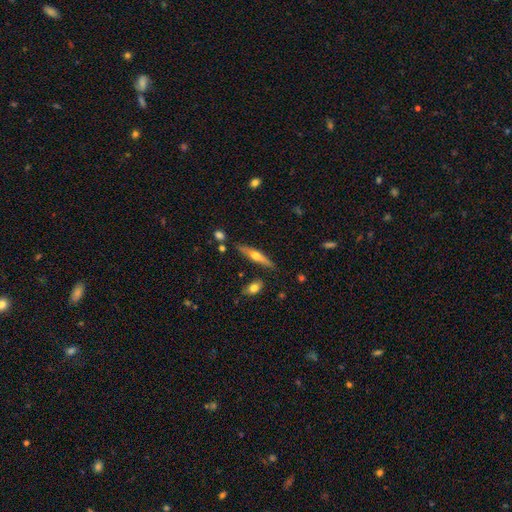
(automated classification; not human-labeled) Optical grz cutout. It shows a featured or disk galaxy (56%) viewed edge-on (94%) with a rounded central bulge (92%). Merging: none (81%).